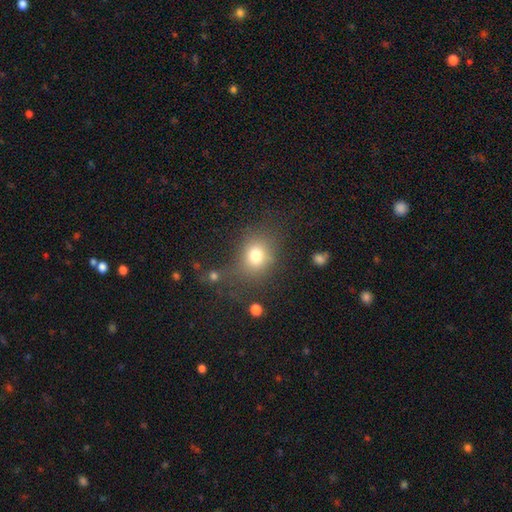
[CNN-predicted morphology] smooth 75%, star or artifact 14%, featured or disk 10%. Down the decision tree: how rounded — round (60%); merging — none (62%).